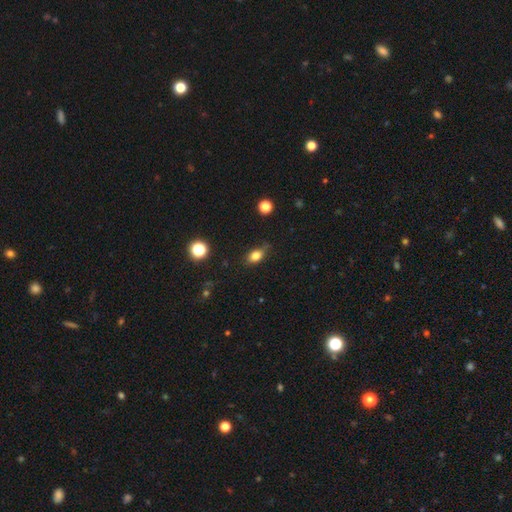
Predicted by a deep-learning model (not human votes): Q: Smooth or featured?
A: smooth (80%); runner-up: star or artifact (11%)
Q: How rounded?
A: in between (76%); runner-up: round (20%)
Q: Merging?
A: none (73%); runner-up: minor disturbance (21%)